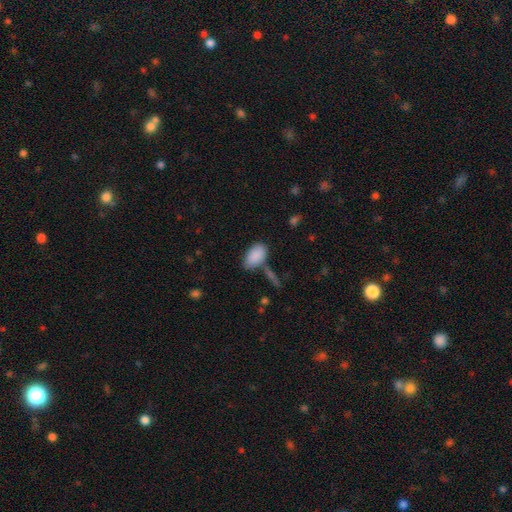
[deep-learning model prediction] smooth-or-featured: smooth: 88% | star or artifact: 7% | featured or disk: 6%
  how-rounded: in between: 93% | round: 5% | cigar-shaped: 2%
  merging: none: 63% | minor disturbance: 18% | merger: 14% | major disturbance: 6%